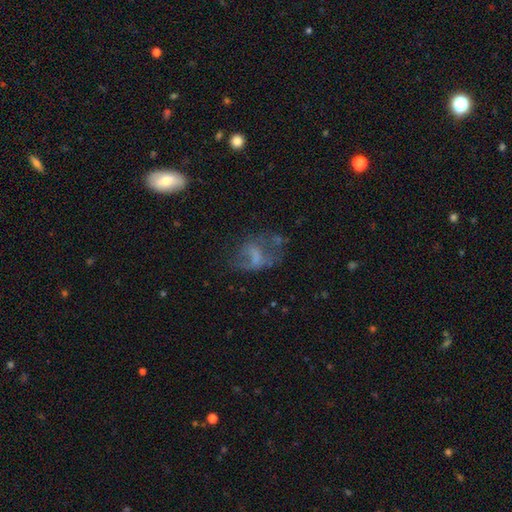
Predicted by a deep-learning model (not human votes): Morphology: type=featured or disk (48%); merging=major disturbance (39%).